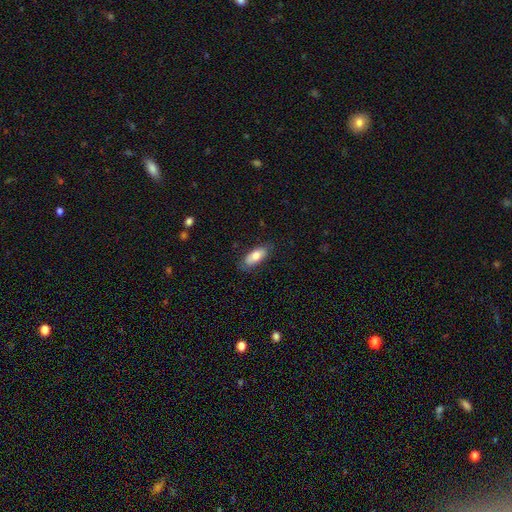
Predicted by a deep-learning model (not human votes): A smooth galaxy with no disk features (76%) that is in between round and cigar-shaped (85%).

Vote fractions:
- Smooth or featured? smooth: 76% / featured or disk: 18% / star or artifact: 6%
- How rounded? in between: 85% / cigar-shaped: 13% / round: 2%
- Merging? none: 81% / minor disturbance: 15% / major disturbance: 3% / merger: 1%